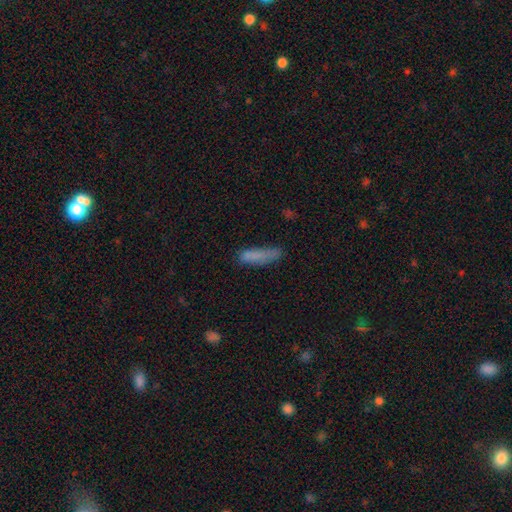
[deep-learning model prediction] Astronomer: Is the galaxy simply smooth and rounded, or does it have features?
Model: smooth — 78%.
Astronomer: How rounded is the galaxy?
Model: cigar-shaped — 75%.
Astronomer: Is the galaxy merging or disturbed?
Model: none — 59%.